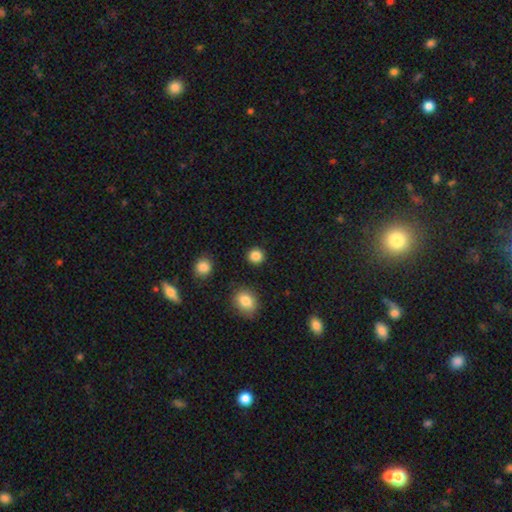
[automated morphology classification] Smooth or featured? Predicted: smooth (p=0.86). How rounded? Predicted: round (p=0.92). Merging? Predicted: none (p=0.91).